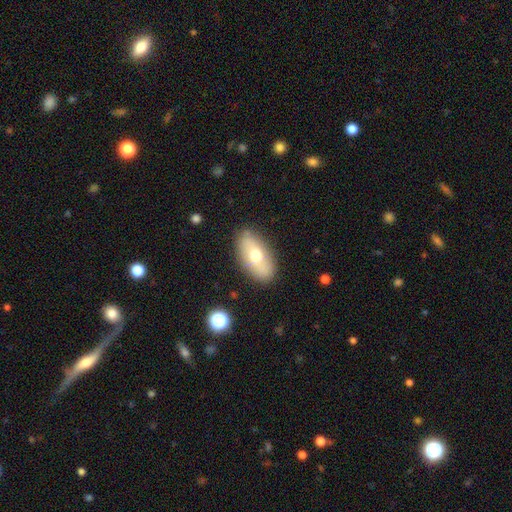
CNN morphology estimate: Smooth or featured? Predicted: smooth (p=0.59). How rounded? Predicted: in between (p=0.90). Merging? Predicted: none (p=0.83).